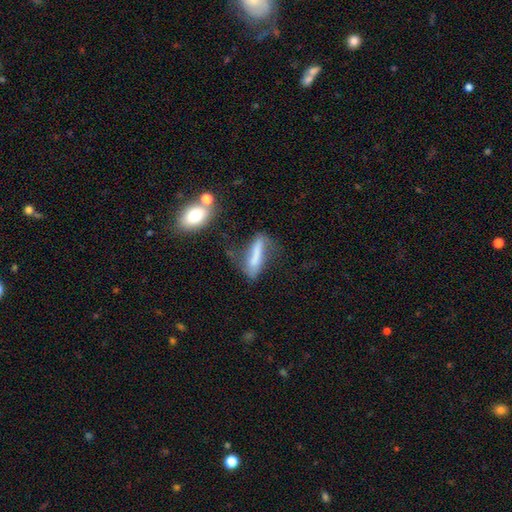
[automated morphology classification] A smooth galaxy with no disk features (58%) that is cigar-shaped (68%).

Vote fractions:
- Smooth or featured? smooth: 58% / featured or disk: 33% / star or artifact: 9%
- How rounded? cigar-shaped: 68% / in between: 29% / round: 3%
- Merging? none: 35% / minor disturbance: 27% / major disturbance: 26% / merger: 11%